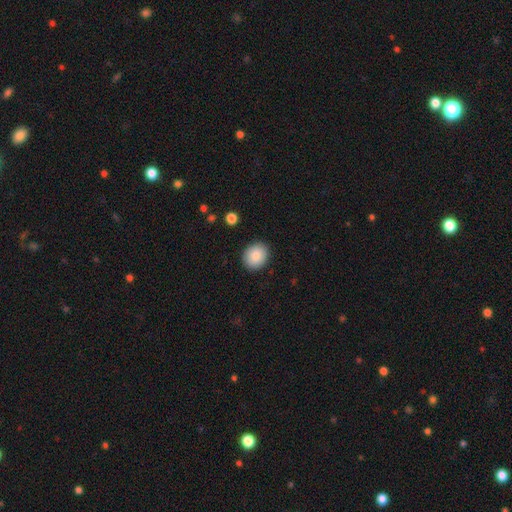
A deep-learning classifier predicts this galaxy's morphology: This is clearly a smooth galaxy (85%). How rounded: possibly round (60%). Merging: clearly none (89%).